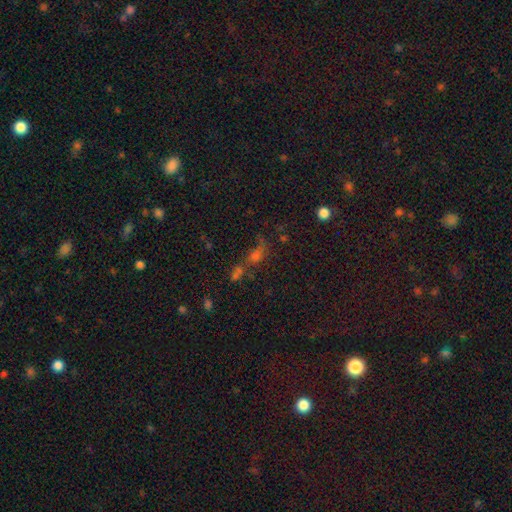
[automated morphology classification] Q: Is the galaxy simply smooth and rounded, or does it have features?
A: smooth — 45%.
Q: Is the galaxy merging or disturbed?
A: none — 36%, tied with merger.